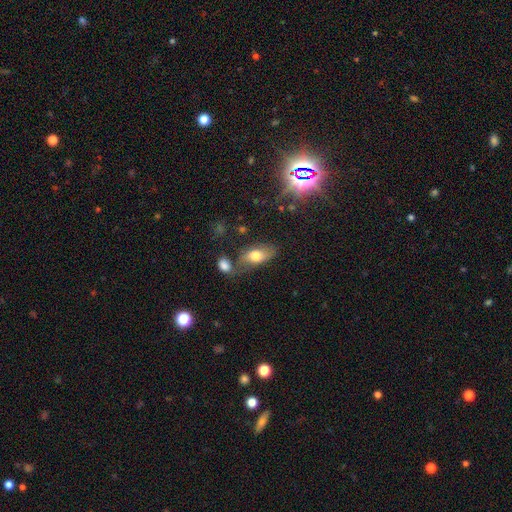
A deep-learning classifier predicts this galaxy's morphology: The model was most divided on "merging": none: 58%, minor disturbance: 20%, merger: 14%, major disturbance: 8%. More confident: how rounded — in between (88%); smooth or featured — smooth (70%).